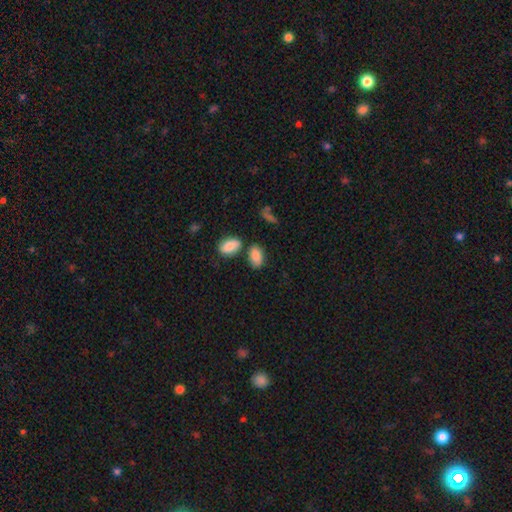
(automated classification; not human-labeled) Smooth or featured? Predicted: smooth (p=0.86). How rounded? Predicted: in between (p=0.92). Merging? Predicted: none (p=0.65).